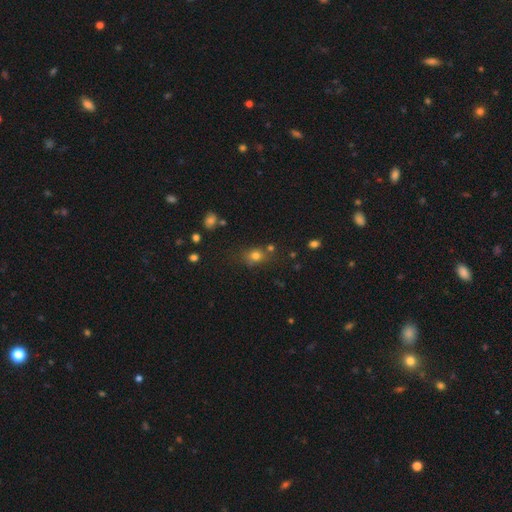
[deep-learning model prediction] Q: Smooth or featured?
A: smooth (75%); runner-up: star or artifact (16%)
Q: How rounded?
A: round (54%); runner-up: in between (45%)
Q: Merging?
A: none (69%); runner-up: minor disturbance (15%)